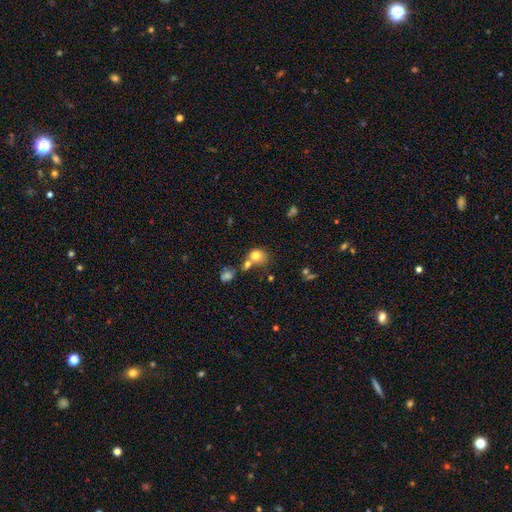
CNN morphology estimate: Overall: smooth (76%). How rounded: round (69%; in between 30%). Merging: none (43%; merger 37%).